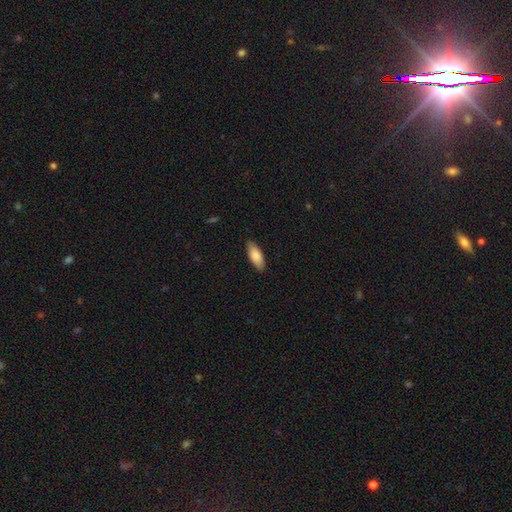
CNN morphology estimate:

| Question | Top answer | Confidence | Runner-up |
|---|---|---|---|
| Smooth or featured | smooth | 86% | featured or disk (9%) |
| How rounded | in between | 82% | cigar-shaped (16%) |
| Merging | none | 85% | minor disturbance (12%) |